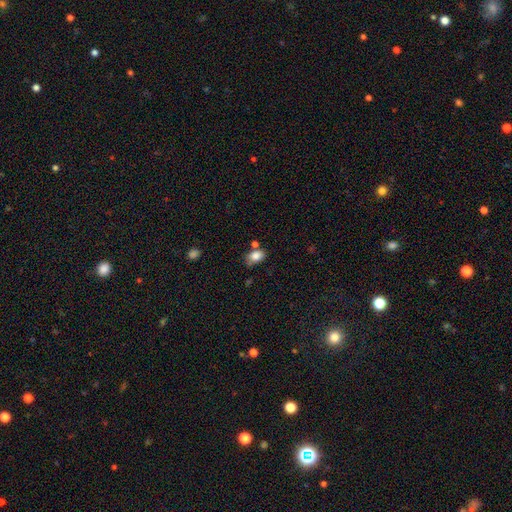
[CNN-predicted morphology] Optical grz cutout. It shows a smooth galaxy with no disk features (83%) that is in between round and cigar-shaped (84%). Merging: none (64%).